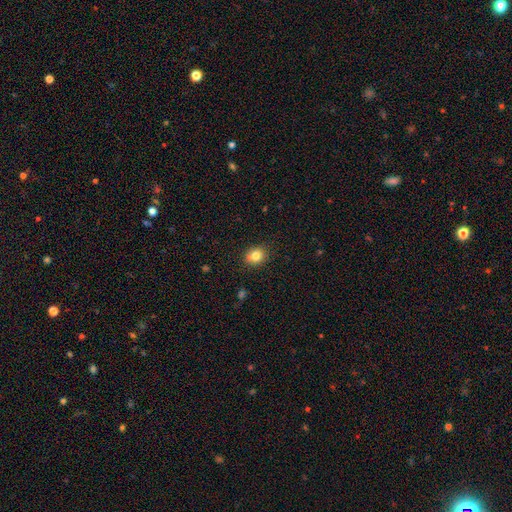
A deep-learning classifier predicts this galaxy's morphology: Q: Smooth or featured?
A: smooth (82%); runner-up: star or artifact (11%)
Q: How rounded?
A: round (64%); runner-up: in between (35%)
Q: Merging?
A: none (84%); runner-up: minor disturbance (12%)